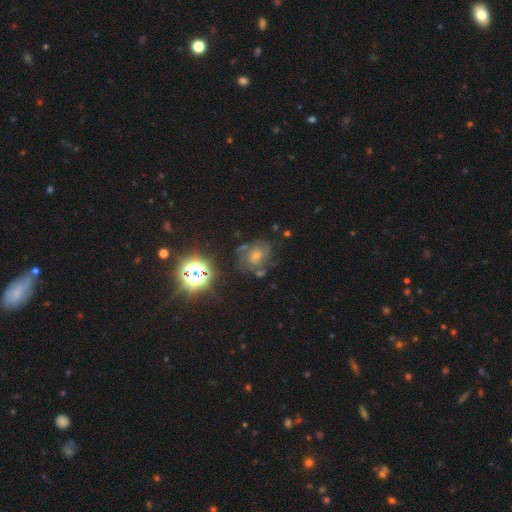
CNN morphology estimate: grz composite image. It shows a featured or disk galaxy (48%). Merging: none (70%).